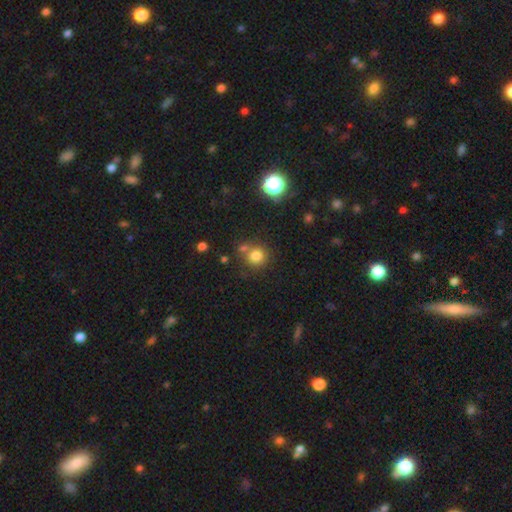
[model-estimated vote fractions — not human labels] This appears to be a smooth galaxy with no disk features (78%) that is round (90%). Merging: none (65%).